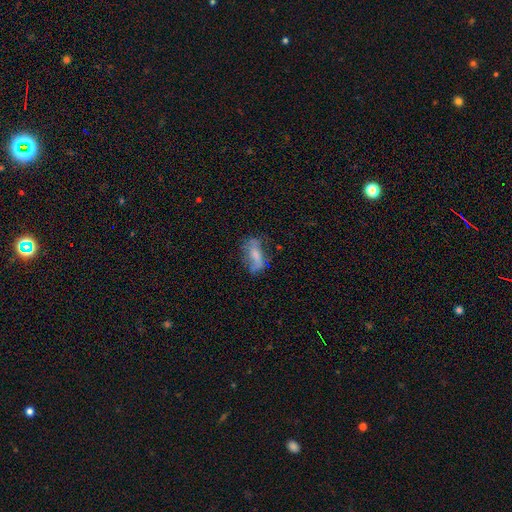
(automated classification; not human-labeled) This is possibly a smooth galaxy (48%). Merging: possibly none (50%).